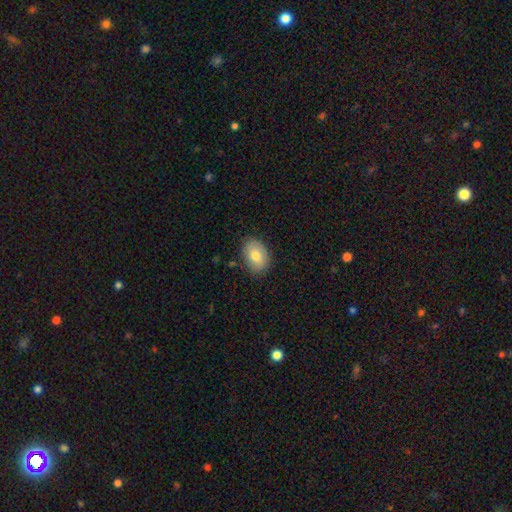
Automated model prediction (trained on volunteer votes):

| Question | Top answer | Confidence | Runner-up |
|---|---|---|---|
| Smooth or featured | smooth | 77% | featured or disk (16%) |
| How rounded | in between | 80% | round (19%) |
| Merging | none | 83% | minor disturbance (13%) |